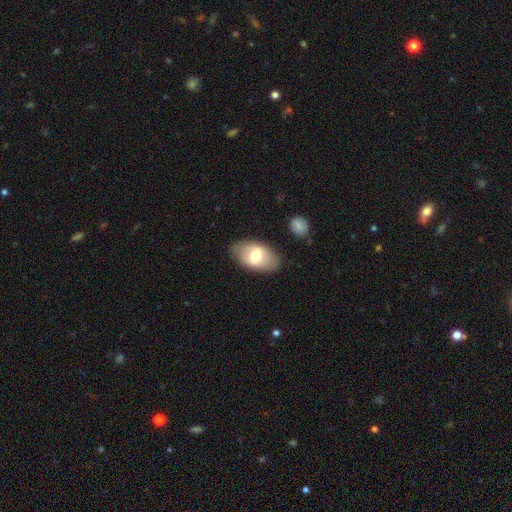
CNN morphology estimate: Smooth or featured: smooth — 62% (featured or disk — 32%)
How rounded: in between — 92% (round — 6%)
Merging: none — 81% (minor disturbance — 13%)